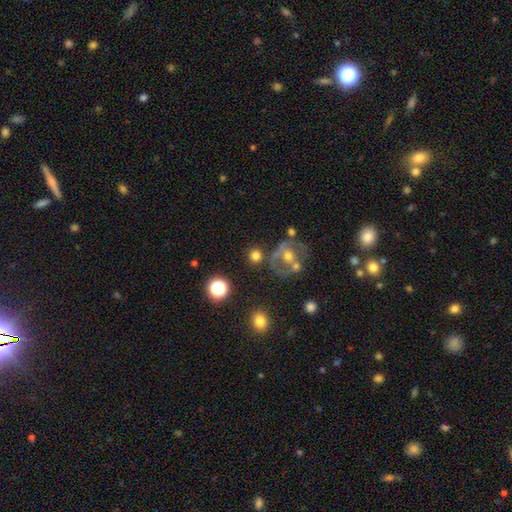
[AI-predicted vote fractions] A smooth galaxy with no disk features (69%) that is round (87%). Merging: none (65%).